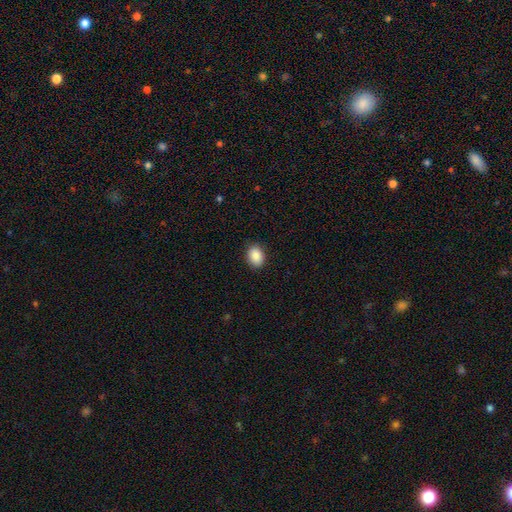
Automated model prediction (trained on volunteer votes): Overall: smooth (89%). How rounded: in between (72%). Merging: none (89%).